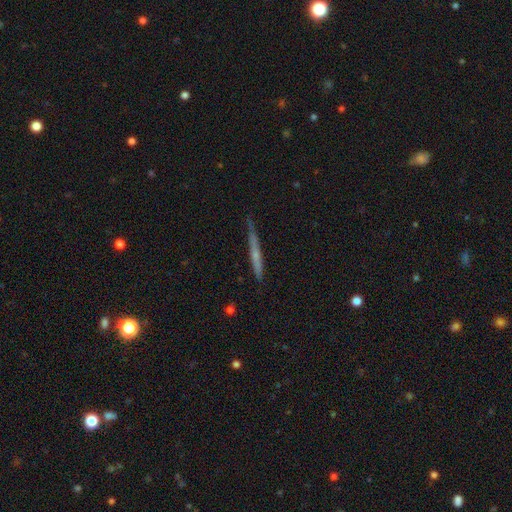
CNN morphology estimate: Smooth or featured? featured or disk (49%)
Merging? none (78%)